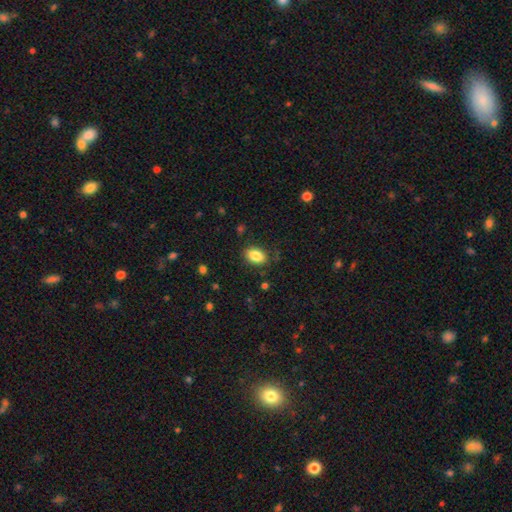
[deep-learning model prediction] This appears to be a smooth galaxy with no disk features (86%) that is in between round and cigar-shaped (86%). Merging: none (83%).